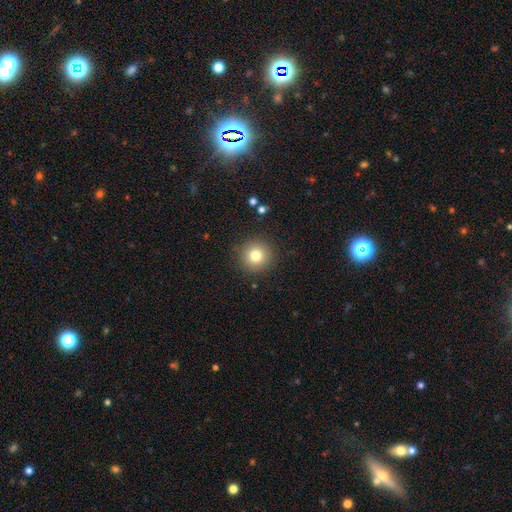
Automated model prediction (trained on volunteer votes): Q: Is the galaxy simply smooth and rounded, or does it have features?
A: smooth — 80%.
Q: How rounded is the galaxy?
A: round — 95%.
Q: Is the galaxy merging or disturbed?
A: none — 89%.